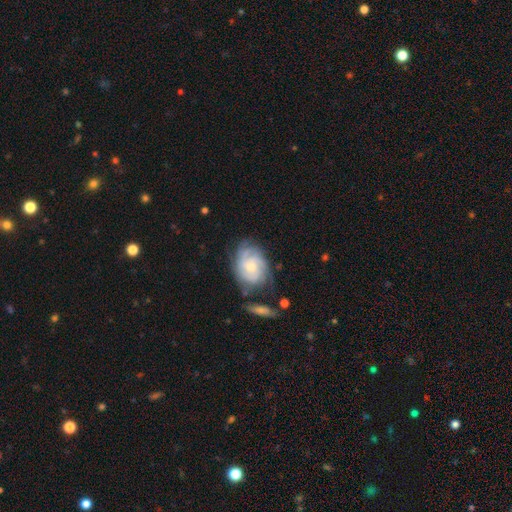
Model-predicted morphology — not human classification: Overall: star or artifact (48%; smooth 35%).